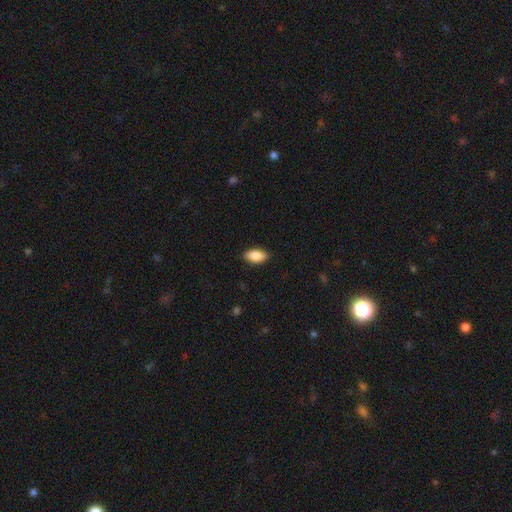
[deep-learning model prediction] This appears to be a smooth galaxy with no disk features (86%) that is in between round and cigar-shaped (91%). Merging: none (87%).